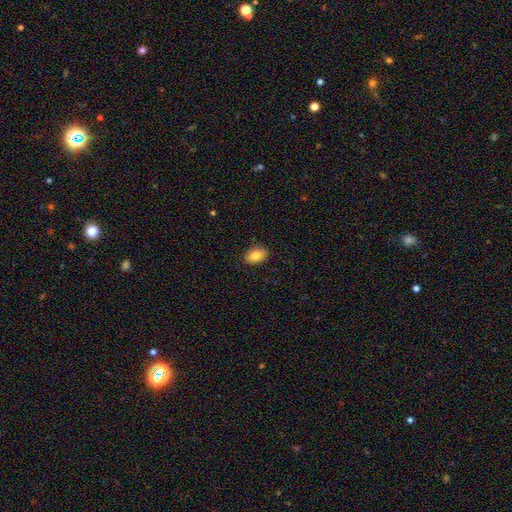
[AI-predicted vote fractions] This appears to be a smooth galaxy with no disk features (82%) that is in between round and cigar-shaped (83%). Merging: none (85%).